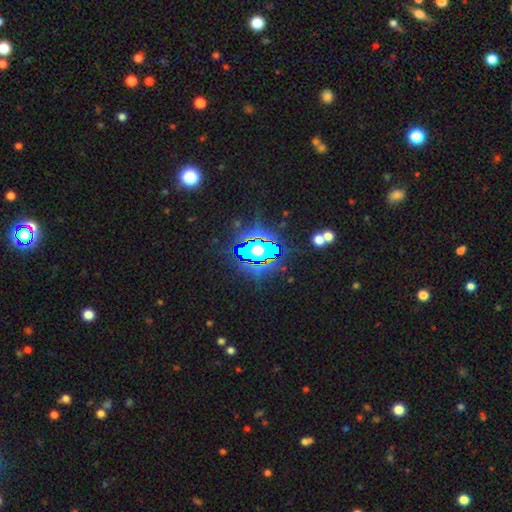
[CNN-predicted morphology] Overall: star or artifact (82%).